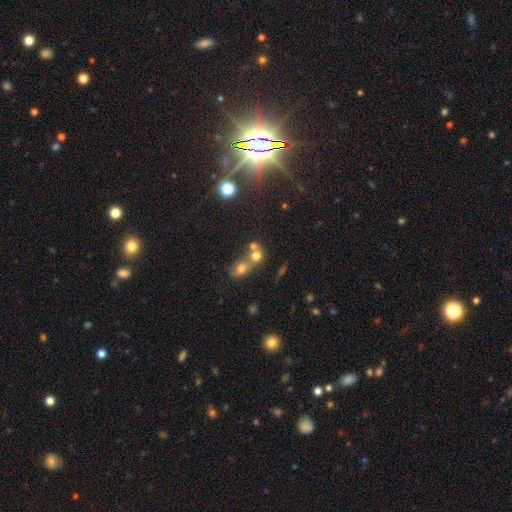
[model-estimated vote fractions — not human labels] Smooth or featured? Predicted: smooth (p=0.66). How rounded? Predicted: round (p=0.68). Merging? Predicted: merger (p=0.62).